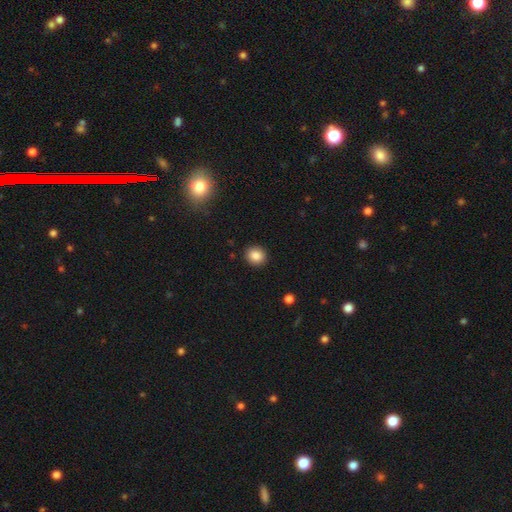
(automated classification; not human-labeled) smooth 86%, star or artifact 9%, featured or disk 4%. Down the decision tree: how rounded — round (82%); merging — none (91%).